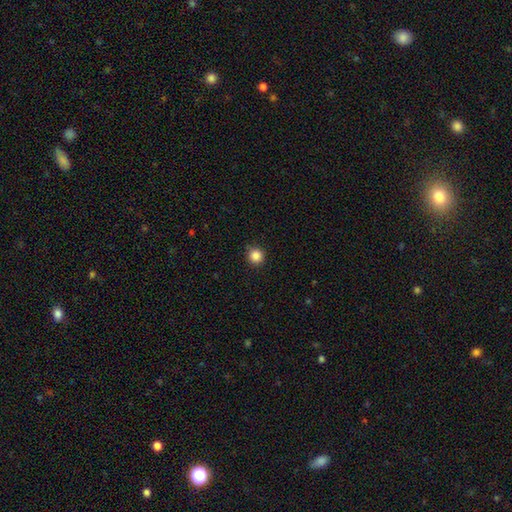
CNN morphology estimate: smooth 86%, star or artifact 11%, featured or disk 3%. Down the decision tree: how rounded — round (94%); merging — none (88%).